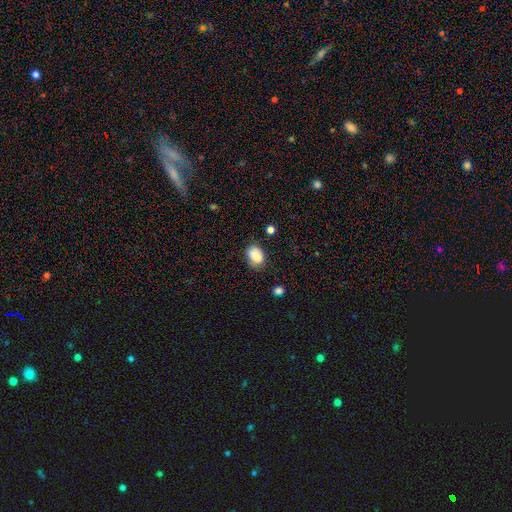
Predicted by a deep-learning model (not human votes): A smooth galaxy with no disk features (84%) that is in between round and cigar-shaped (73%). Merging: none (64%).